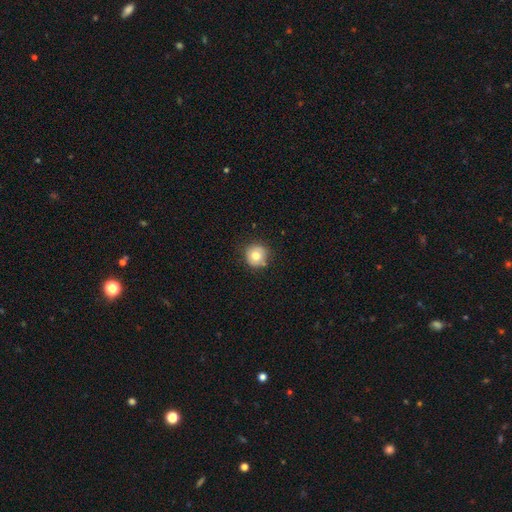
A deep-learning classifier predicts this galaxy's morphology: This is likely a smooth galaxy (76%). How rounded: clearly round (93%). Merging: clearly none (80%).